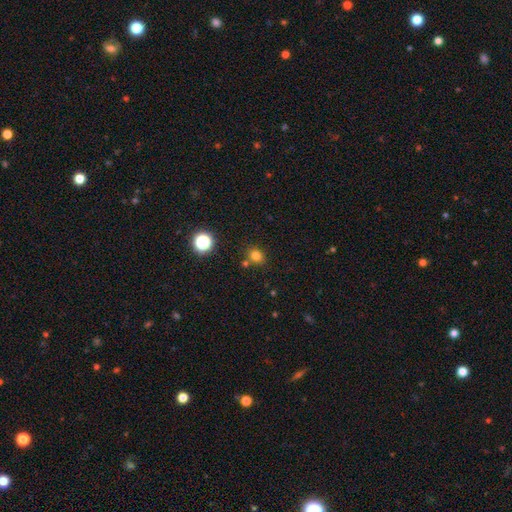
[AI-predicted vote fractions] This is likely a smooth galaxy (77%). How rounded: likely round (70%). Merging: likely none (77%).